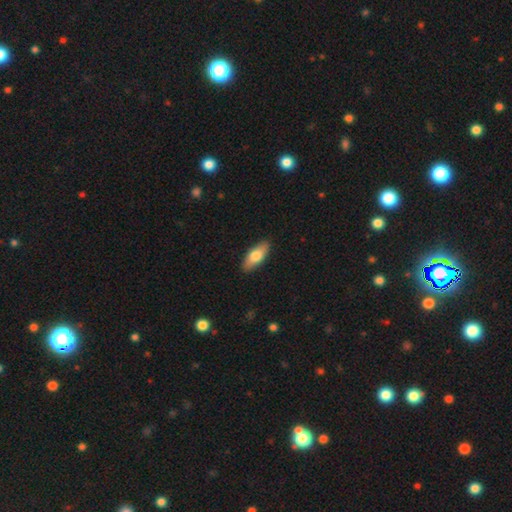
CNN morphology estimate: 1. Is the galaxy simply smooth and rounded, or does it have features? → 73% smooth, 22% featured or disk, 5% star or artifact.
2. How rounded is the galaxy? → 77% in between, 21% cigar-shaped, 2% round.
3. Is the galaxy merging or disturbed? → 89% none, 8% minor disturbance, 2% major disturbance, 1% merger.